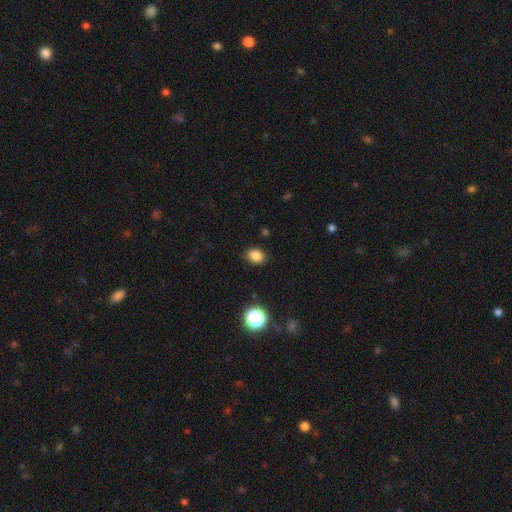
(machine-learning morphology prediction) smooth 83%, star or artifact 13%, featured or disk 4%. Down the decision tree: how rounded — in between (50%); merging — none (85%).